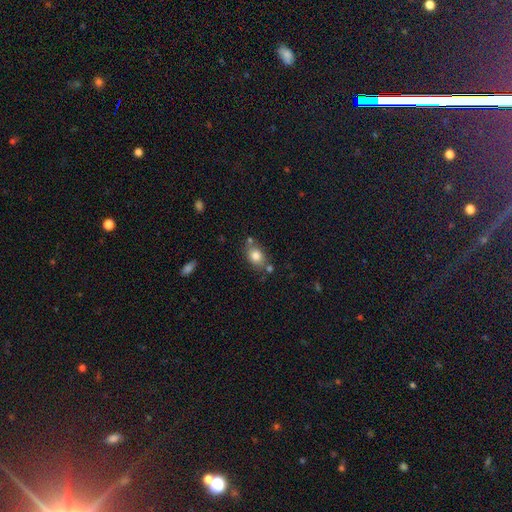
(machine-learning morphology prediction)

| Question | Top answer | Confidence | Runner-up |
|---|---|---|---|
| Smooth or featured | smooth | 80% | featured or disk (11%) |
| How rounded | in between | 71% | round (28%) |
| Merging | none | 67% | minor disturbance (16%) |